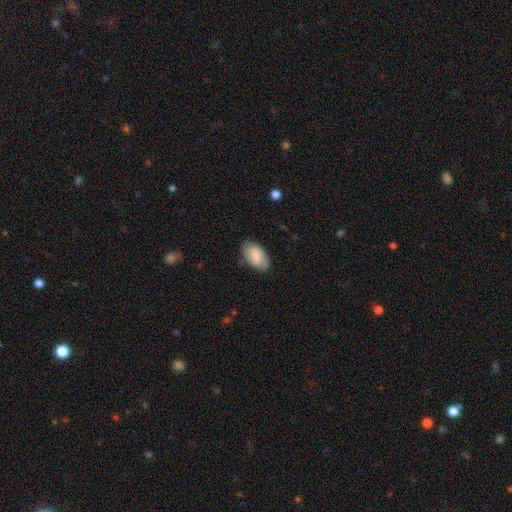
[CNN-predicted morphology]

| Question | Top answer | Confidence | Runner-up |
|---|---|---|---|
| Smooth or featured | smooth | 74% | featured or disk (20%) |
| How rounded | in between | 94% | round (4%) |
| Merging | none | 80% | minor disturbance (15%) |